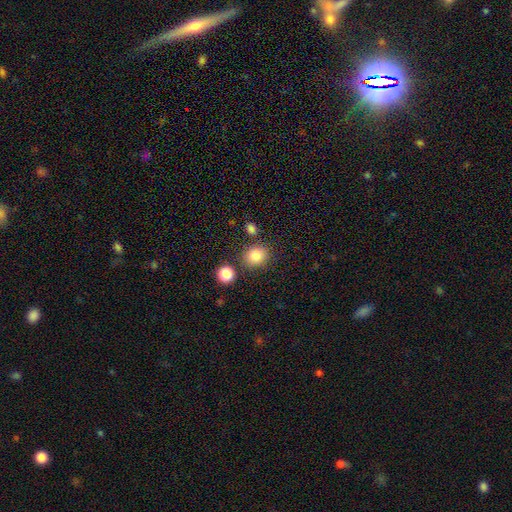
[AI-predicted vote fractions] smooth-or-featured: smooth: 84% | star or artifact: 11% | featured or disk: 6%
  how-rounded: round: 76% | in between: 23% | cigar-shaped: 1%
  merging: none: 79% | minor disturbance: 10% | merger: 7% | major disturbance: 3%